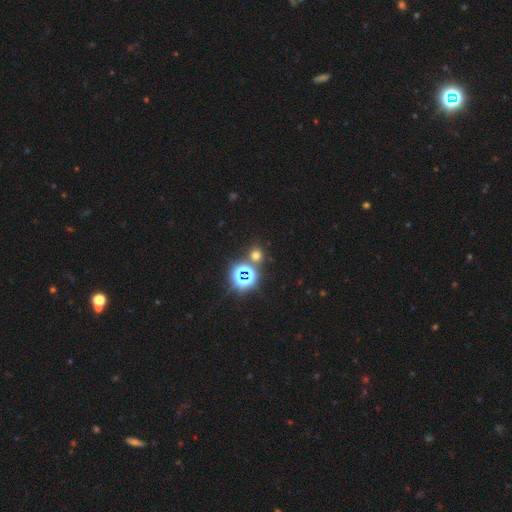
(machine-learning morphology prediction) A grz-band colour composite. It shows a smooth galaxy with no disk features (53%) that is round (86%). Merging: none (78%).